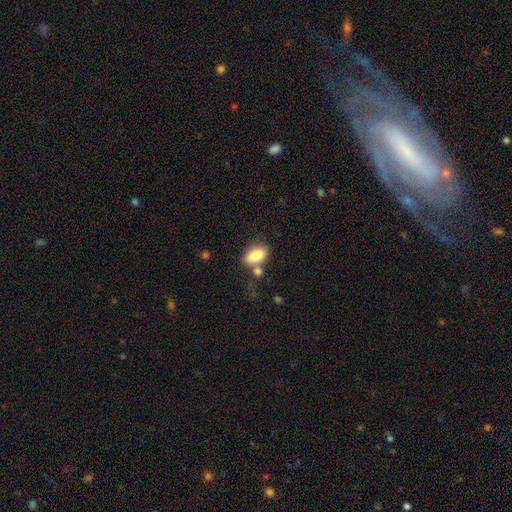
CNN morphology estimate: Q: Smooth or featured?
A: smooth (83%); runner-up: featured or disk (9%)
Q: How rounded?
A: in between (89%); runner-up: round (8%)
Q: Merging?
A: none (54%); runner-up: merger (24%)